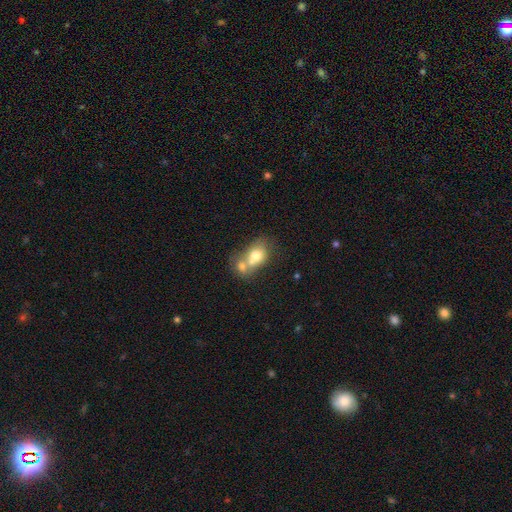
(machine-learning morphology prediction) smooth-or-featured: smooth: 69% | featured or disk: 22% | star or artifact: 9%
  how-rounded: in between: 66% | round: 33% | cigar-shaped: 2%
  merging: merger: 65% | none: 21% | minor disturbance: 9% | major disturbance: 5%